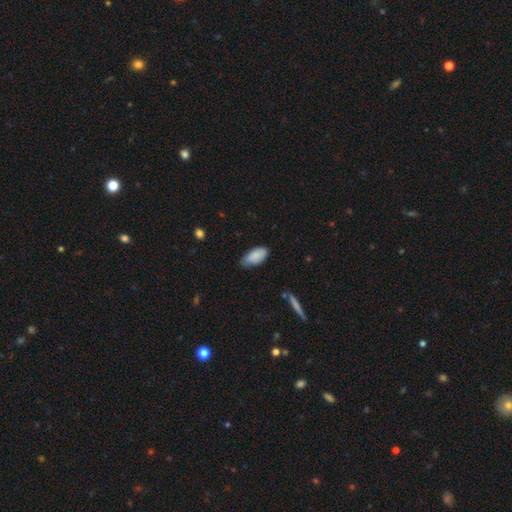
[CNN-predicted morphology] smooth 84%, featured or disk 10%, star or artifact 7%. Down the decision tree: how rounded — in between (92%); merging — none (57%).